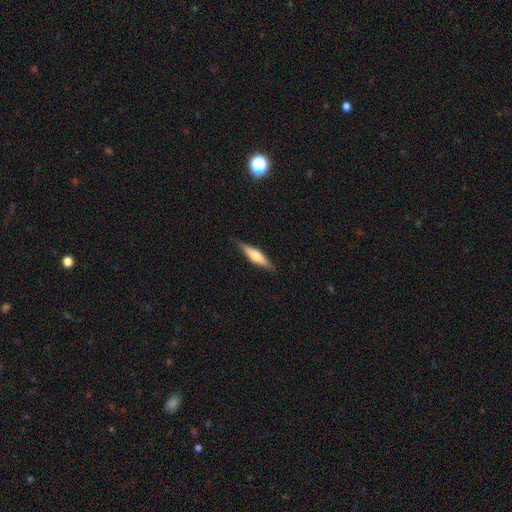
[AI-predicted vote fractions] smooth 48%, featured or disk 46%, star or artifact 6%. Down the decision tree: merging — none (85%).